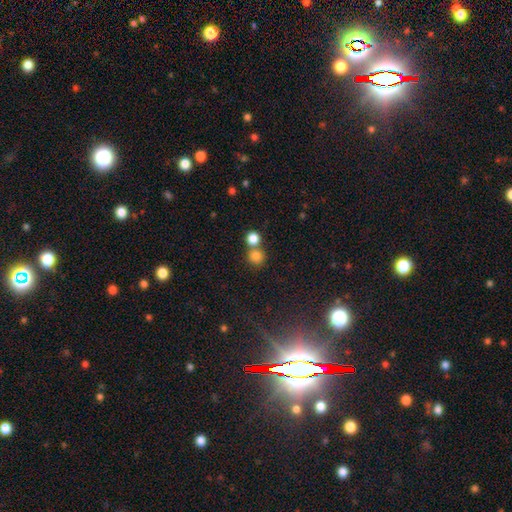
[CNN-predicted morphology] The model was most divided on "merging": none: 58%, merger: 33%, minor disturbance: 6%, major disturbance: 3%. More confident: how rounded — round (90%); smooth or featured — smooth (81%).